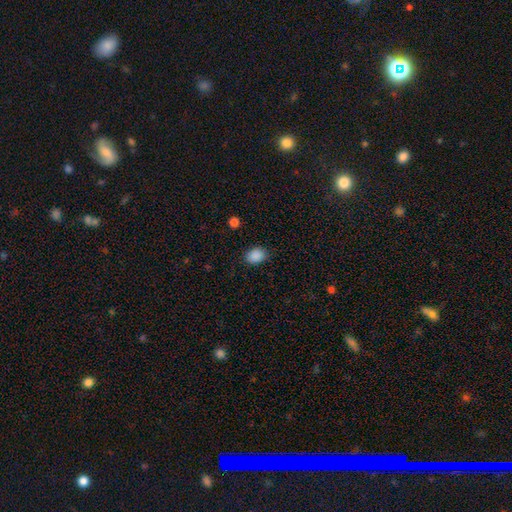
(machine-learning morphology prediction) This appears to be a smooth galaxy with no disk features (88%) that is in between round and cigar-shaped (60%). Merging: none (84%).